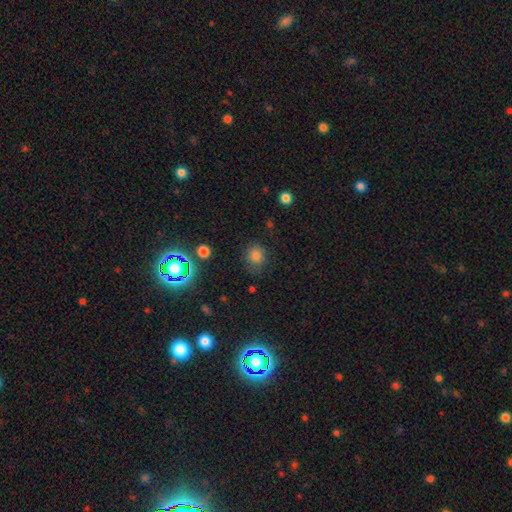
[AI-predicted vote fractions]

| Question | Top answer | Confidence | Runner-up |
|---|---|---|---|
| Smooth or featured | smooth | 78% | star or artifact (16%) |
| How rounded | round | 75% | in between (24%) |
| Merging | none | 73% | minor disturbance (19%) |